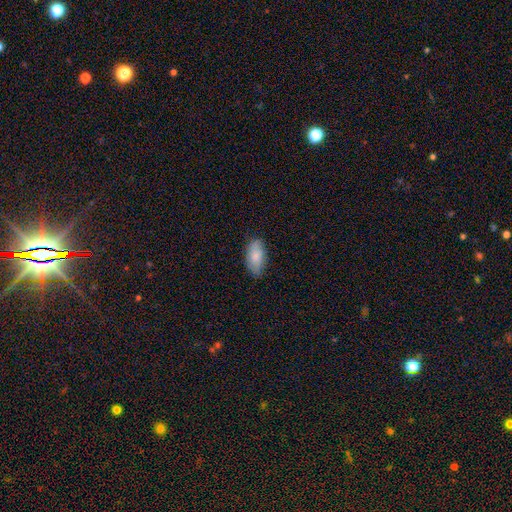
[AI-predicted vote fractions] The model was most divided on "merging": none: 77%, minor disturbance: 19%, major disturbance: 3%, merger: 1%. More confident: how rounded — in between (93%); smooth or featured — smooth (80%).